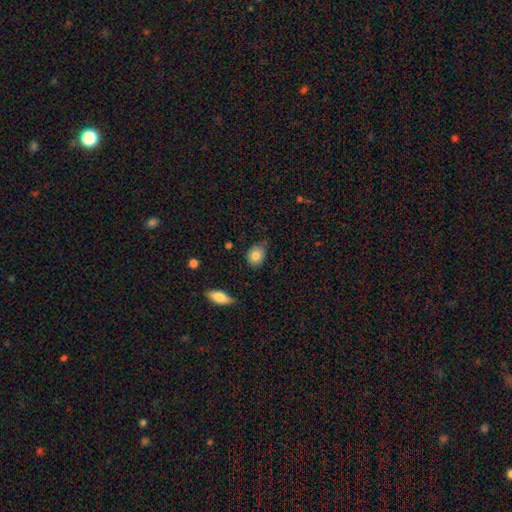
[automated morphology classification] smooth_or_featured: smooth (p=0.81) [alt: featured or disk p=0.10]
how_rounded: round (p=0.54) [alt: in between p=0.45]
merging: none (p=0.62) [alt: minor disturbance p=0.31]